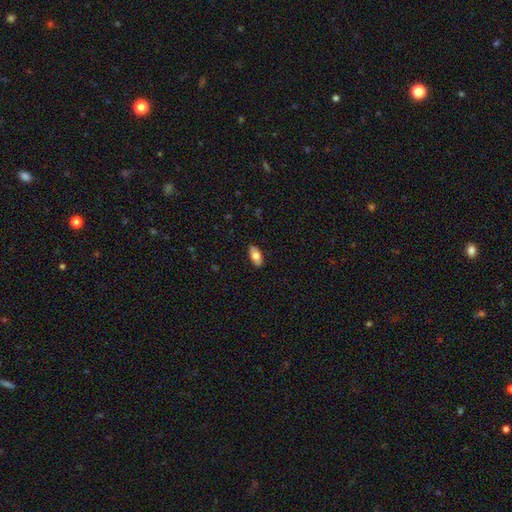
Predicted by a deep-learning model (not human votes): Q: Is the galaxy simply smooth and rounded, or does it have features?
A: smooth — 75%.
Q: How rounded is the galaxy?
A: in between — 90%.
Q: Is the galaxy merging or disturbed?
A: none — 88%.